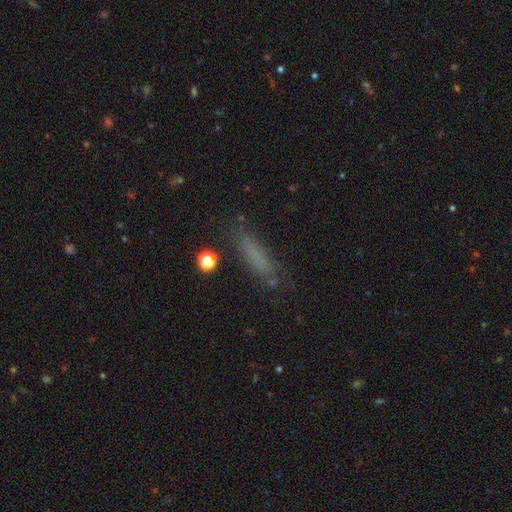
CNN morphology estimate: The model was most divided on "how rounded": cigar-shaped: 73%, in between: 24%, round: 3%. More confident: merging — none (75%); smooth or featured — smooth (70%).